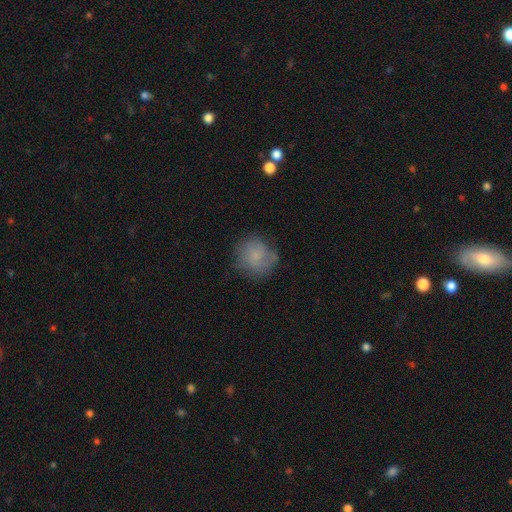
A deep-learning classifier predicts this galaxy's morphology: This is likely a smooth galaxy (68%). How rounded: clearly round (87%). Merging: likely none (67%).